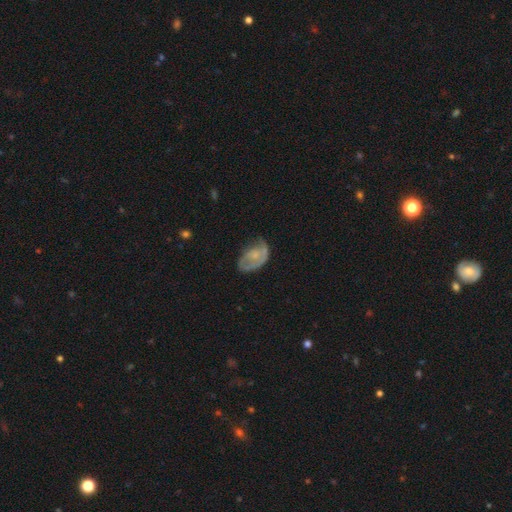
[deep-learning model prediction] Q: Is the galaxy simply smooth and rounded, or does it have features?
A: featured or disk — 58%.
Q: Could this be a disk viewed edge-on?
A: no — 96%.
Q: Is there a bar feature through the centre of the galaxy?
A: no — 74%.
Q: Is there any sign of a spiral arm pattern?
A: yes — 66%.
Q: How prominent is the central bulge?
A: small — 51%.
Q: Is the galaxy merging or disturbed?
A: none — 41%.